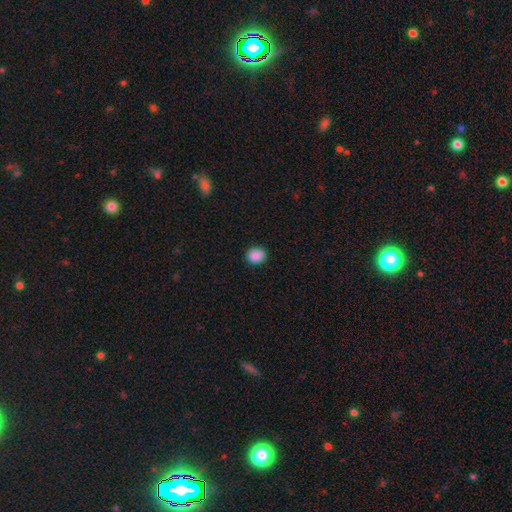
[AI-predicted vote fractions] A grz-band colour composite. It shows a smooth galaxy with no disk features (89%) that is round (61%). Merging: none (86%).